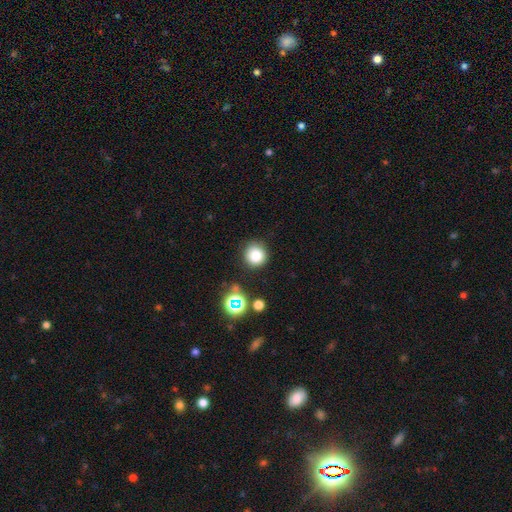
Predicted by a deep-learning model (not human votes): Smooth or featured?
  - smooth: 79% *
  - star or artifact: 14%
  - featured or disk: 7%
How rounded?
  - round: 91% *
  - in between: 8%
  - cigar-shaped: 1%
Merging?
  - none: 83% *
  - minor disturbance: 10%
  - major disturbance: 3%
  - merger: 3%